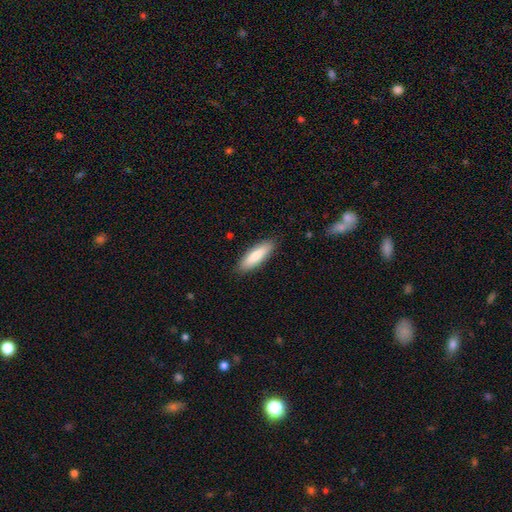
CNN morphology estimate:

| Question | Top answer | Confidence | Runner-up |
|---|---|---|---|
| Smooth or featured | smooth | 81% | featured or disk (14%) |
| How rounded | cigar-shaped | 54% | in between (44%) |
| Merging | none | 88% | minor disturbance (9%) |